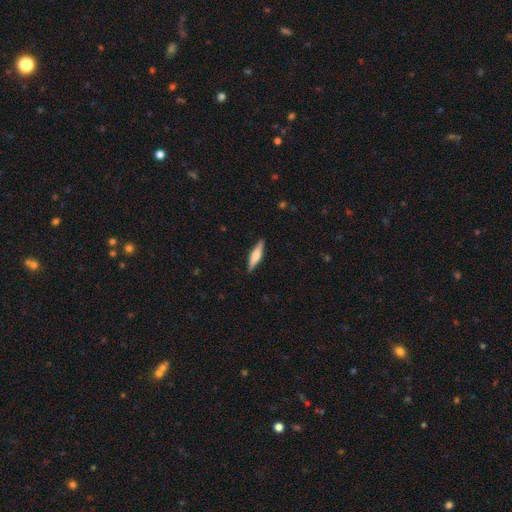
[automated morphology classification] A smooth galaxy with no disk features (50%) that is cigar-shaped (79%).

Vote fractions:
- Smooth or featured? smooth: 50% / featured or disk: 44% / star or artifact: 6%
- How rounded? cigar-shaped: 79% / in between: 20% / round: 2%
- Merging? none: 89% / minor disturbance: 9% / major disturbance: 2% / merger: 1%